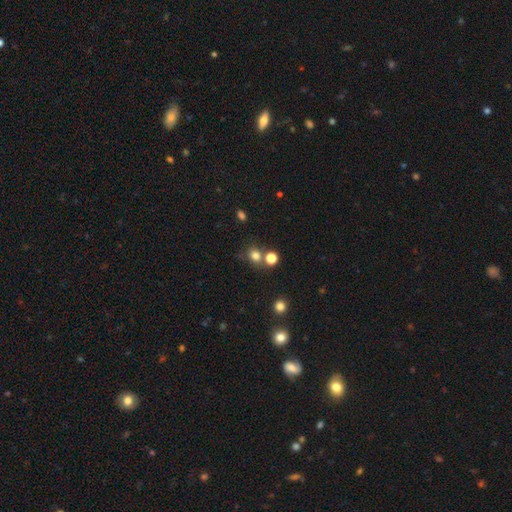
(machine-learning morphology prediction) A smooth galaxy with no disk features (76%) that is round (76%). Merging: none (63%).